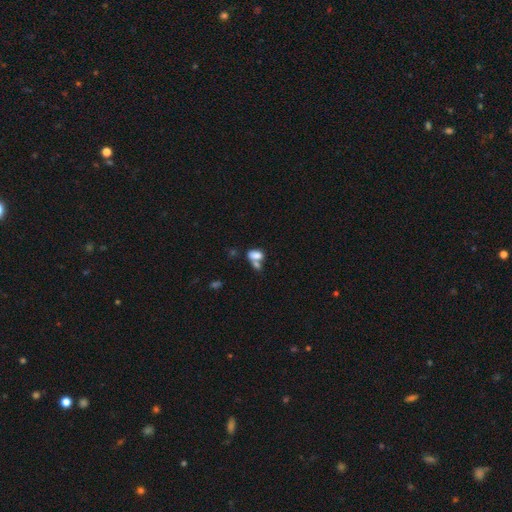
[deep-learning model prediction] smooth-or-featured: smooth: 78% | featured or disk: 11% | star or artifact: 10%
  how-rounded: in between: 86% | round: 11% | cigar-shaped: 3%
  merging: merger: 54% | none: 30% | minor disturbance: 10% | major disturbance: 6%